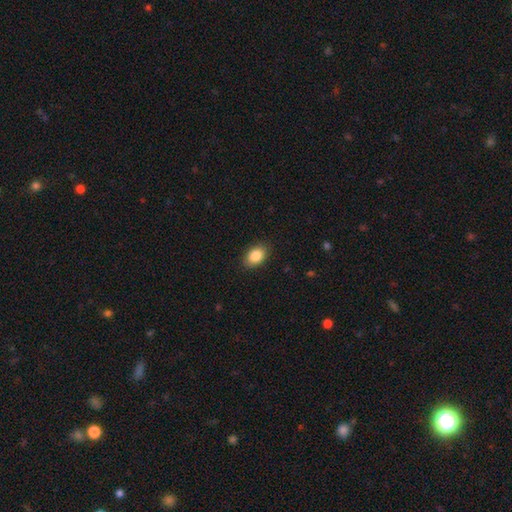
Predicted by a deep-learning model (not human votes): smooth 87%, star or artifact 7%, featured or disk 5%. Down the decision tree: how rounded — in between (84%); merging — none (87%).